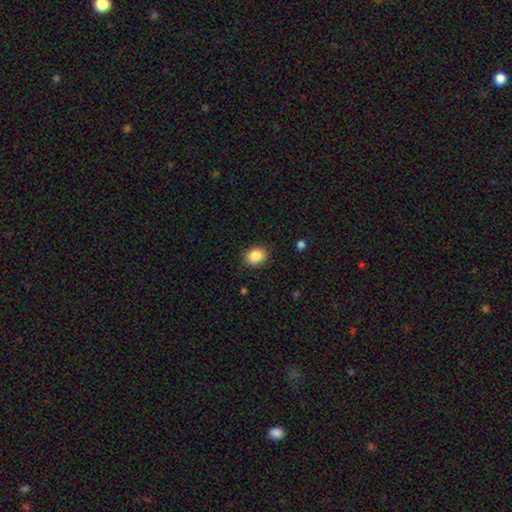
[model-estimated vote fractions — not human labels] This appears to be a smooth galaxy with no disk features (86%) that is in between round and cigar-shaped (53%). Merging: none (86%).